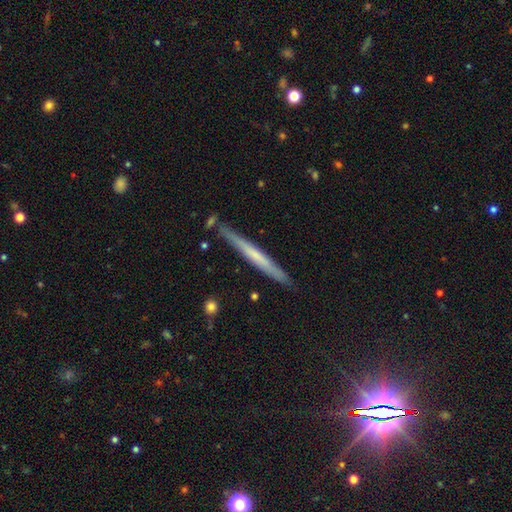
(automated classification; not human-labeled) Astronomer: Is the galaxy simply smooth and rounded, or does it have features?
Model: featured or disk — 48% (runner-up: smooth, 46%).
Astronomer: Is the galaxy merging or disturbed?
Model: none — 86%.